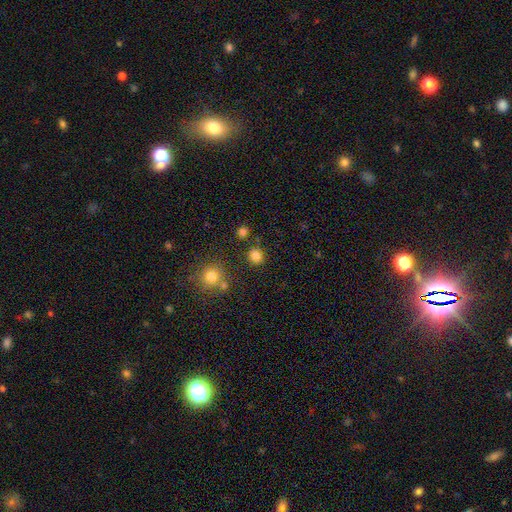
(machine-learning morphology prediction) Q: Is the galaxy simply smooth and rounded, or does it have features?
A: smooth — 83%.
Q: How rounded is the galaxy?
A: round — 83%.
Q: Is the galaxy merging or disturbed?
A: none — 82%.